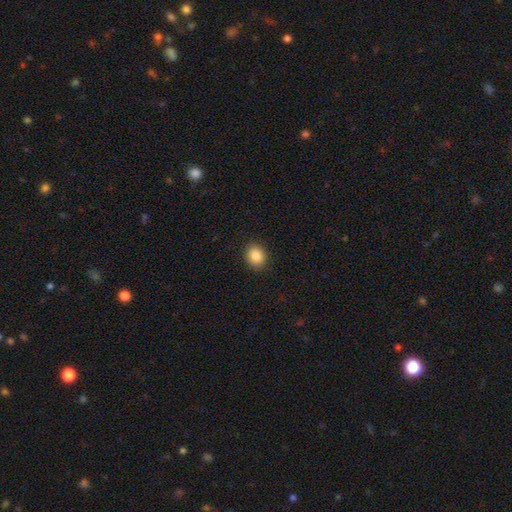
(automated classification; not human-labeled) This is clearly a smooth galaxy (87%). How rounded: likely round (62%). Merging: clearly none (89%).